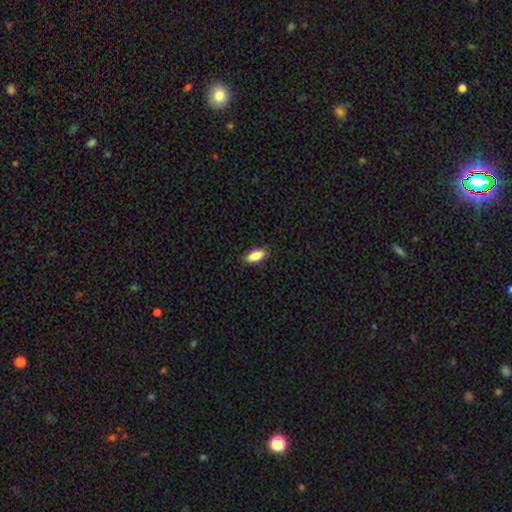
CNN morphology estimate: The model was most divided on "how rounded": in between: 78%, cigar-shaped: 20%, round: 2%. More confident: merging — none (88%); smooth or featured — smooth (86%).